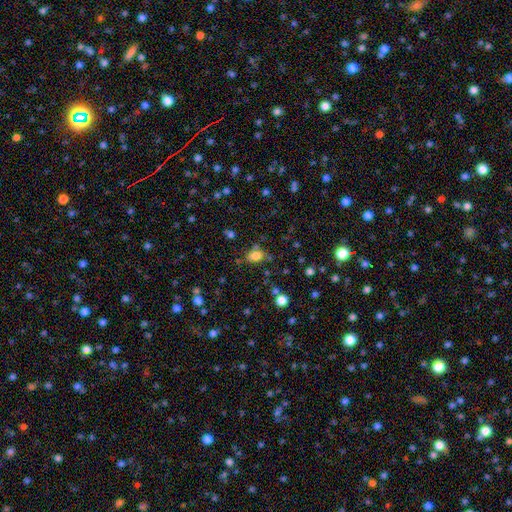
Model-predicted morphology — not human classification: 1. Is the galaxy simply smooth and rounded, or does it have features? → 78% smooth, 14% star or artifact, 8% featured or disk.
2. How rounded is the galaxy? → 75% in between, 23% round, 2% cigar-shaped.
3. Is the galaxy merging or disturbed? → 67% none, 18% minor disturbance, 9% merger, 6% major disturbance.